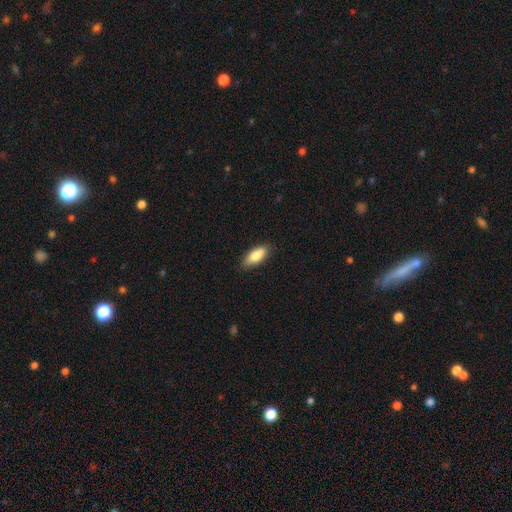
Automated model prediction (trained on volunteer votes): smooth-or-featured: smooth: 80% | featured or disk: 14% | star or artifact: 6%
  how-rounded: in between: 83% | cigar-shaped: 15% | round: 2%
  merging: none: 85% | minor disturbance: 11% | major disturbance: 2% | merger: 1%